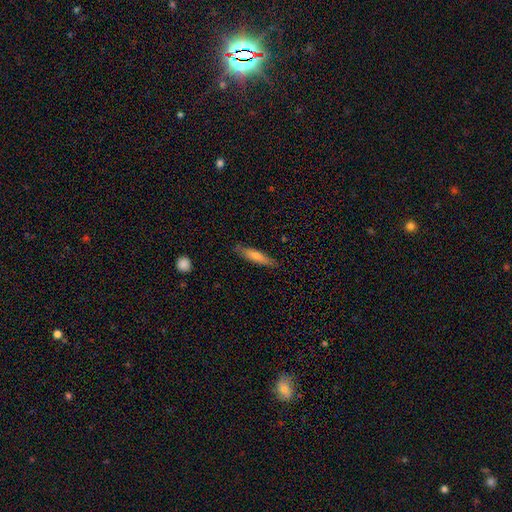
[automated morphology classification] The model was most divided on "smooth or featured": smooth: 60%, featured or disk: 34%, star or artifact: 7%. More confident: merging — none (84%); how rounded — cigar-shaped (83%).